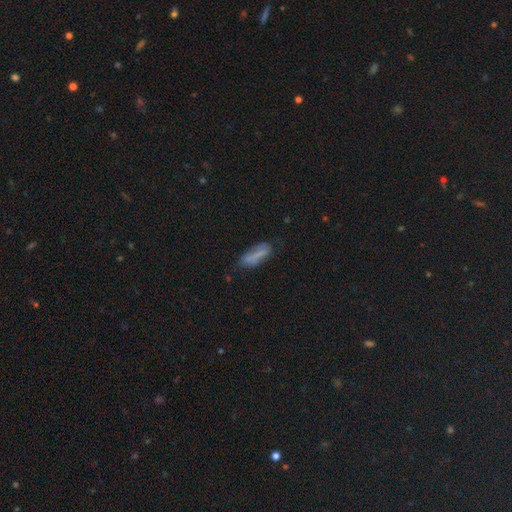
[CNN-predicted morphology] smooth_or_featured: smooth (p=0.67) [alt: featured or disk p=0.23]
how_rounded: in between (p=0.51) [alt: cigar-shaped p=0.47]
merging: none (p=0.59) [alt: minor disturbance p=0.26]